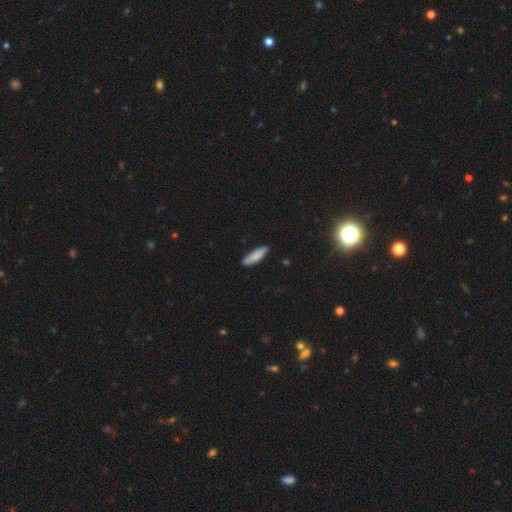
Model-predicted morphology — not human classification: Overall: smooth (80%). How rounded: cigar-shaped (61%; in between 37%). Merging: none (84%).